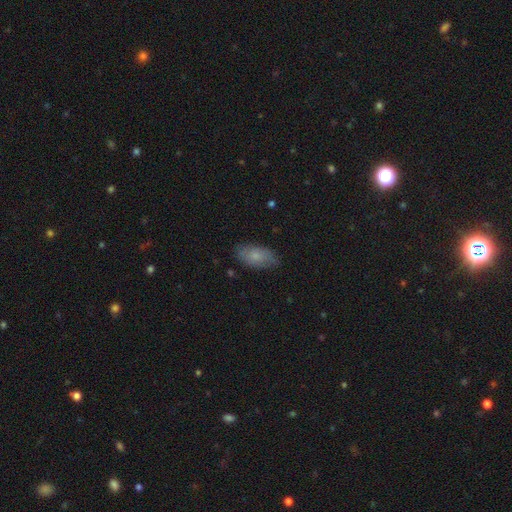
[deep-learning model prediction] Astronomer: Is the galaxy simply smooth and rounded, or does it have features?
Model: smooth — 74%.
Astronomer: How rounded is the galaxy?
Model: in between — 92%.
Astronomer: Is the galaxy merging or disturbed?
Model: none — 80%.